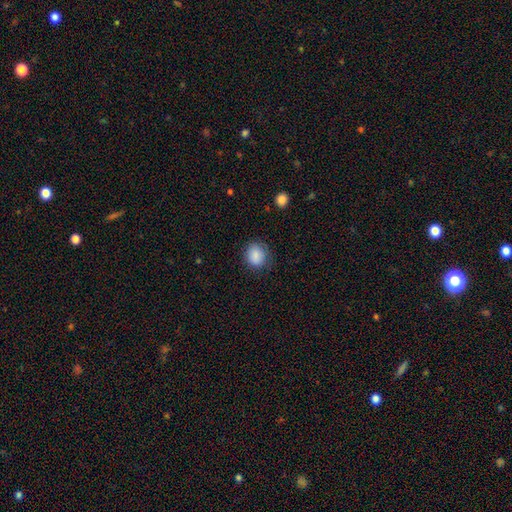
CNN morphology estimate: The model was most divided on "how rounded": round: 75%, in between: 24%, cigar-shaped: 1%. More confident: smooth or featured — smooth (86%); merging — none (78%).